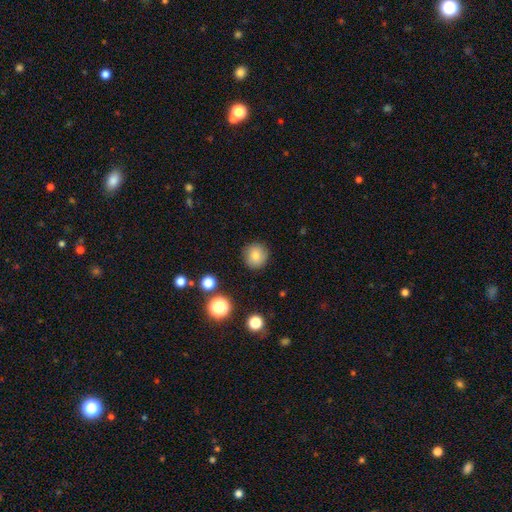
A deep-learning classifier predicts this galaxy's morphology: type=smooth (80%); roundness=round (92%); merging=none (89%).